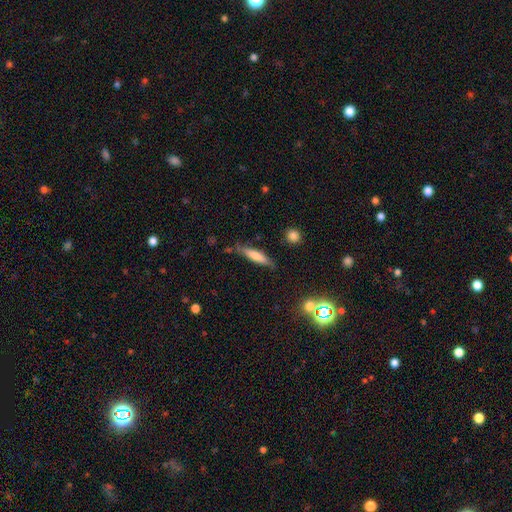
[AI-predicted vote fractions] Smooth or featured?
  - smooth: 66% *
  - featured or disk: 27%
  - star or artifact: 7%
How rounded?
  - cigar-shaped: 79% *
  - in between: 19%
  - round: 2%
Merging?
  - none: 74% *
  - minor disturbance: 18%
  - major disturbance: 4%
  - merger: 4%